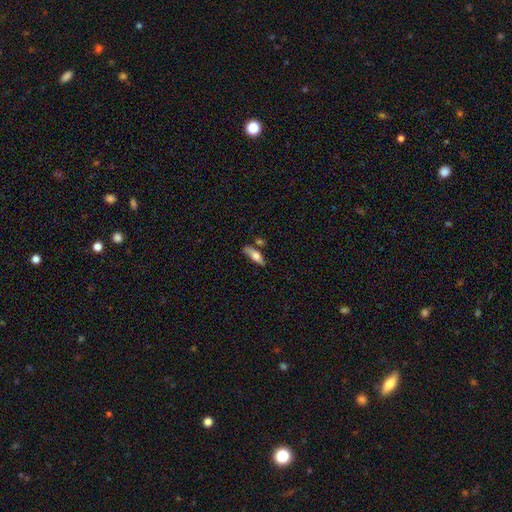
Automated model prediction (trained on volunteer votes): smooth 65%, featured or disk 28%, star or artifact 6%. Down the decision tree: how rounded — in between (56%); merging — none (59%).